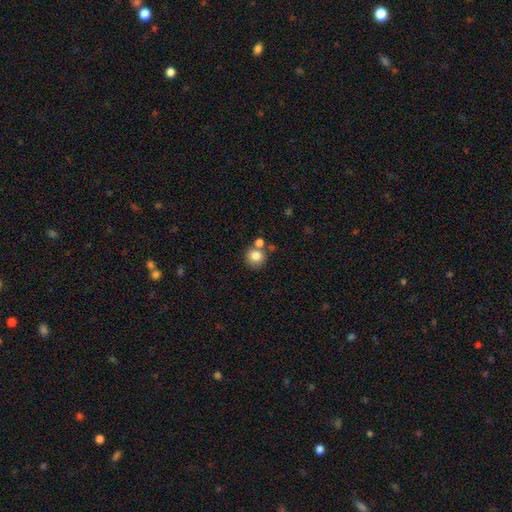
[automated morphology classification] This is clearly a smooth galaxy (81%). How rounded: clearly round (91%). Merging: likely none (67%).